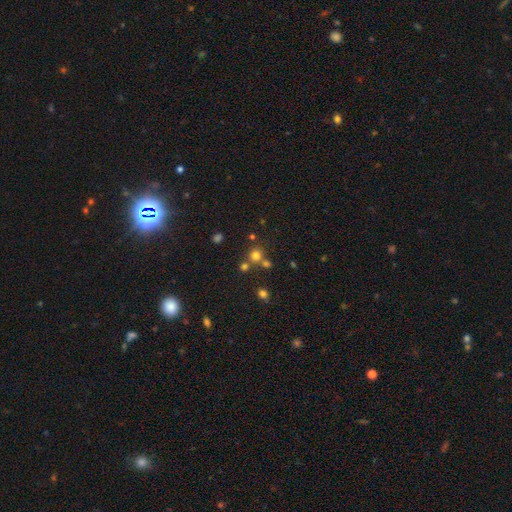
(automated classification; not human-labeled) This appears to be a smooth galaxy with no disk features (71%) that is round (89%). Merging: none (64%).